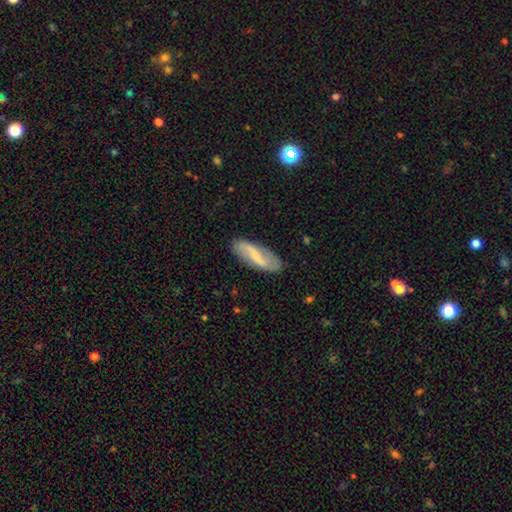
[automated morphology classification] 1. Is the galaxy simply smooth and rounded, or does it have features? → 59% featured or disk, 34% smooth, 7% star or artifact.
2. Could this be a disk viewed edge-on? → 89% no, 11% yes.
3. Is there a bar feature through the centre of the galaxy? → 44% weak, 37% strong, 19% no.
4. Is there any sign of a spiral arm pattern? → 86% yes, 14% no.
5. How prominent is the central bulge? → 51% small, 26% none, 20% moderate, 2% large, 1% dominant.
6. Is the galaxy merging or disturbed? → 83% none, 13% minor disturbance, 3% major disturbance, 1% merger.